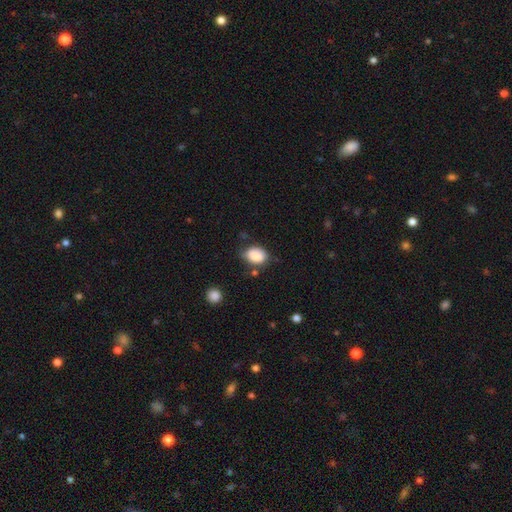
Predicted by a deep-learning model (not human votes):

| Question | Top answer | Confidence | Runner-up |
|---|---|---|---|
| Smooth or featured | smooth | 86% | star or artifact (8%) |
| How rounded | in between | 69% | round (30%) |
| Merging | none | 65% | minor disturbance (25%) |